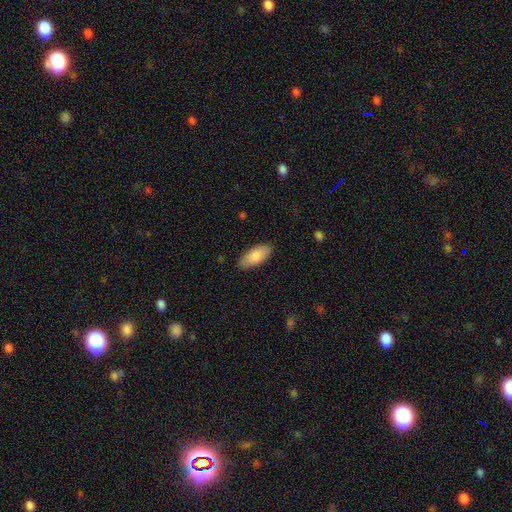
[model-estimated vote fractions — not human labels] Morphology: type=smooth (86%); roundness=in between (87%); merging=none (87%).